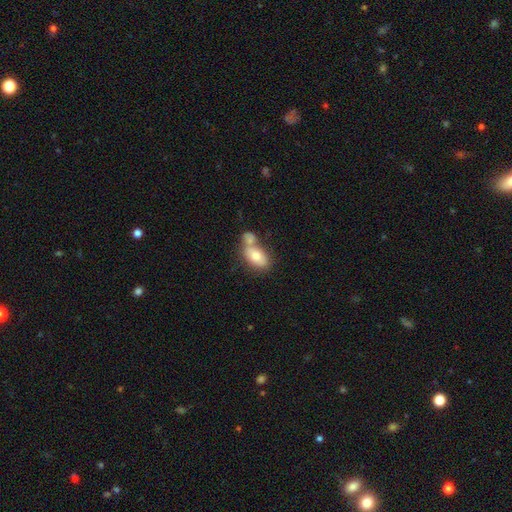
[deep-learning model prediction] The model was most divided on "merging": merger: 48%, none: 33%, minor disturbance: 13%, major disturbance: 6%. More confident: how rounded — in between (89%); smooth or featured — smooth (72%).